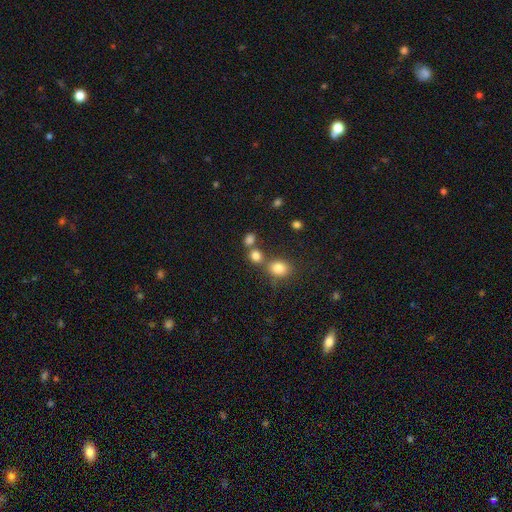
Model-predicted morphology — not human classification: This is likely a smooth galaxy (79%). How rounded: likely round (70%). Merging: possibly none (54%).